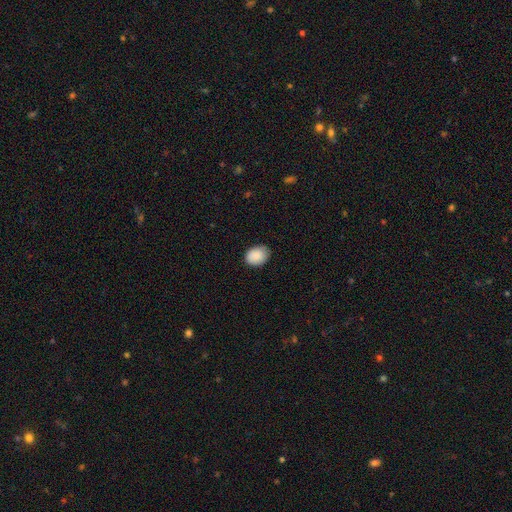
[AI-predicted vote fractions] Smooth or featured: smooth — 89% (star or artifact — 7%)
How rounded: in between — 62% (round — 37%)
Merging: none — 76% (minor disturbance — 20%)